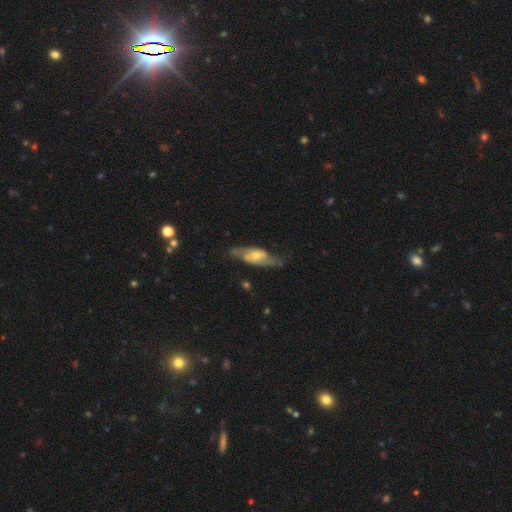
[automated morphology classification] A featured or disk galaxy (64%). Merging: none (63%).